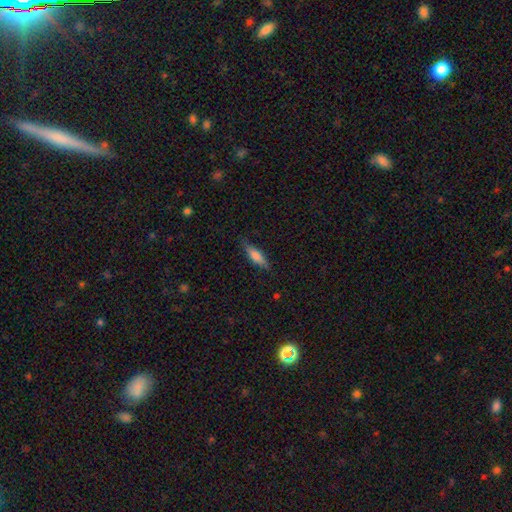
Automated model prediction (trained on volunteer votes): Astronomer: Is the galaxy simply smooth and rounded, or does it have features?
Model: smooth — 68%.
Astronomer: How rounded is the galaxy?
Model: cigar-shaped — 59% (runner-up: in between, 39%).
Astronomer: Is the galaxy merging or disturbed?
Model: none — 80%.